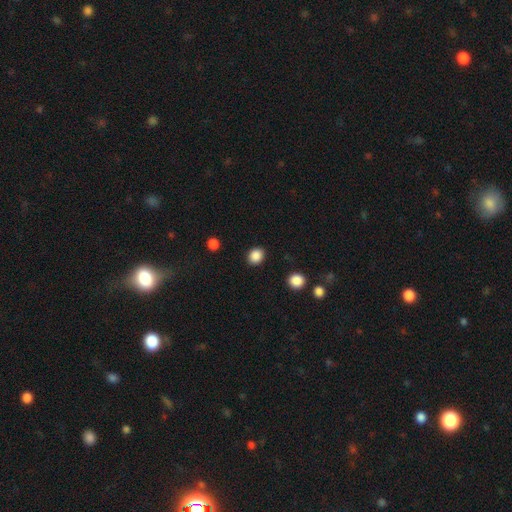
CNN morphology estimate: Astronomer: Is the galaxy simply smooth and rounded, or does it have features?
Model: smooth — 87%.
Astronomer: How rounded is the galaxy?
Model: round — 70%.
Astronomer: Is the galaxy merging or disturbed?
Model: none — 90%.